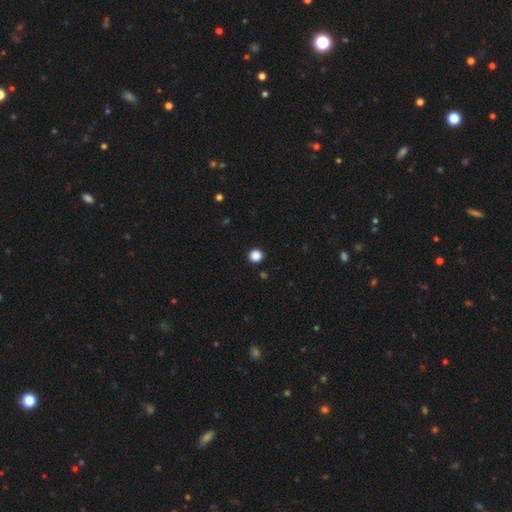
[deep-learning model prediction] This appears to be a smooth galaxy with no disk features (87%) that is round (94%). Merging: none (93%).